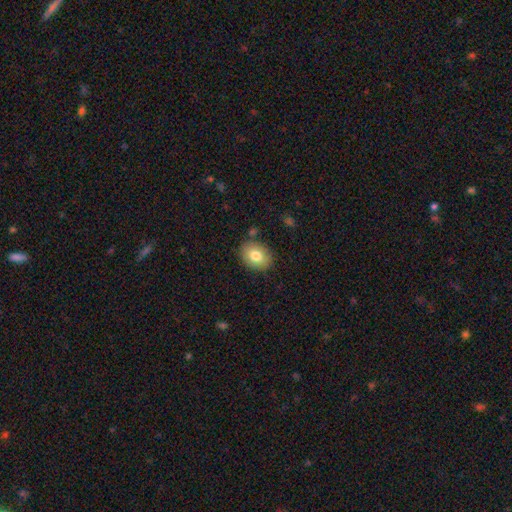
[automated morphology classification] type=smooth (79%); roundness=in between (66%); merging=none (83%).